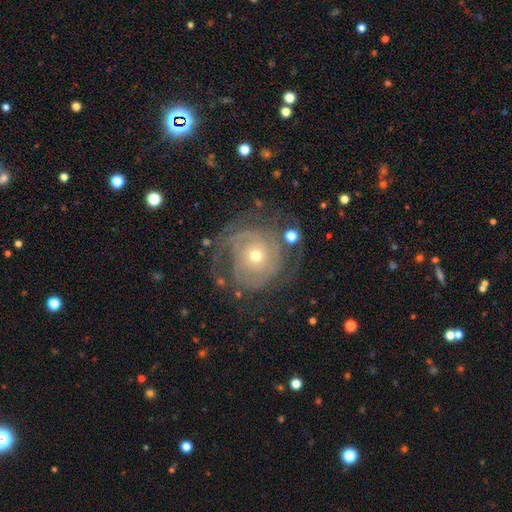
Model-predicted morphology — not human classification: Overall: featured or disk (83%). Edge-on disk: no (97%). Bar: no (81%). Spiral arms: yes (92%). Spiral arm count: can't tell (31%, tied with 2). Spiral winding: tight (70%). Bulge size: small (49%; moderate 47%). Merging: none (67%).